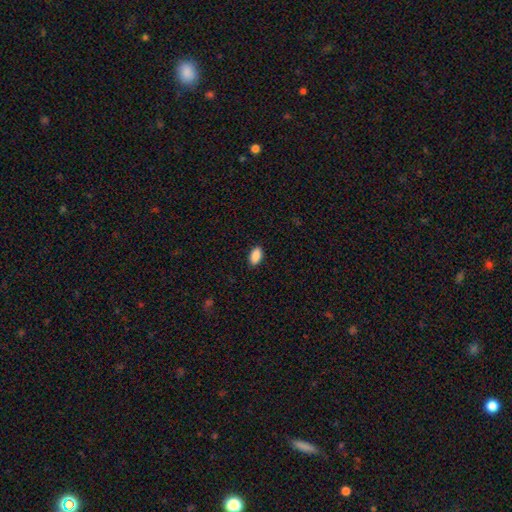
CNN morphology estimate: Smooth or featured: smooth — 90% (star or artifact — 7%)
How rounded: in between — 94% (round — 4%)
Merging: none — 90% (minor disturbance — 8%)